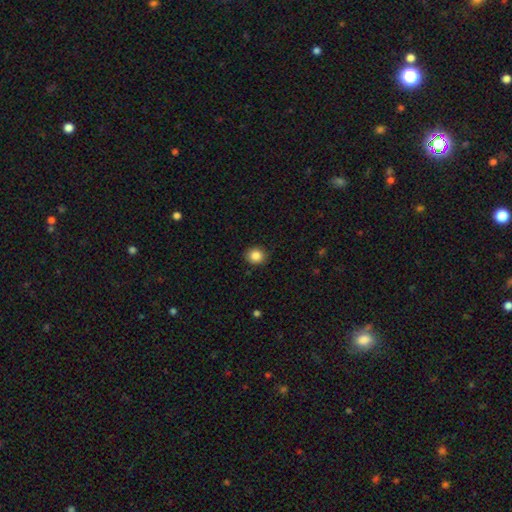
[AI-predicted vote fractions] smooth-or-featured: smooth: 86% | star or artifact: 10% | featured or disk: 4%
  how-rounded: round: 78% | in between: 21% | cigar-shaped: 1%
  merging: none: 90% | minor disturbance: 7% | major disturbance: 2% | merger: 1%